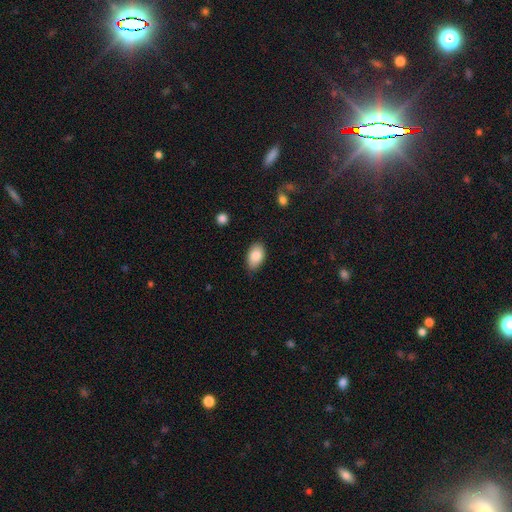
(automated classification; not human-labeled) The model was most divided on "merging": none: 79%, minor disturbance: 17%, major disturbance: 3%, merger: 1%. More confident: how rounded — in between (92%); smooth or featured — smooth (86%).